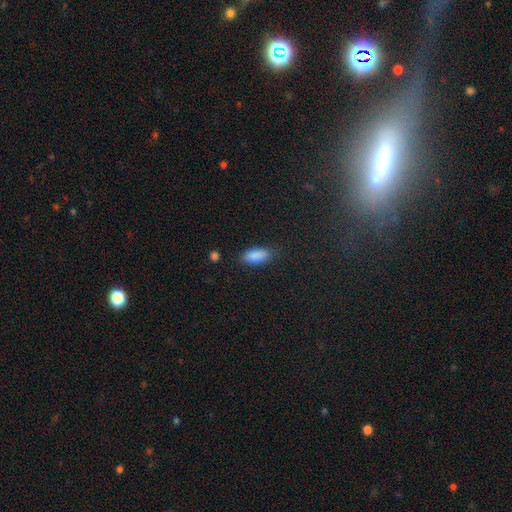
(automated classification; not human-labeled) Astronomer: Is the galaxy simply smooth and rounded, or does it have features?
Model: smooth — 88%.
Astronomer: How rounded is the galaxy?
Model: in between — 83%.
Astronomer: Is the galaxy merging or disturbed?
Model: none — 82%.